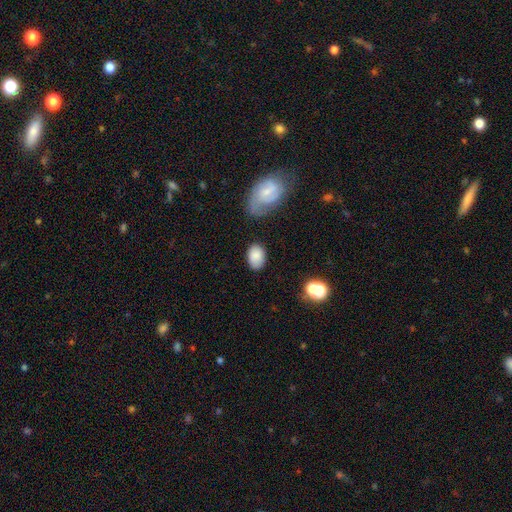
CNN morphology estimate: smooth-or-featured: smooth: 84% | featured or disk: 9% | star or artifact: 7%
  how-rounded: in between: 85% | round: 14% | cigar-shaped: 1%
  merging: none: 72% | minor disturbance: 18% | major disturbance: 5% | merger: 5%